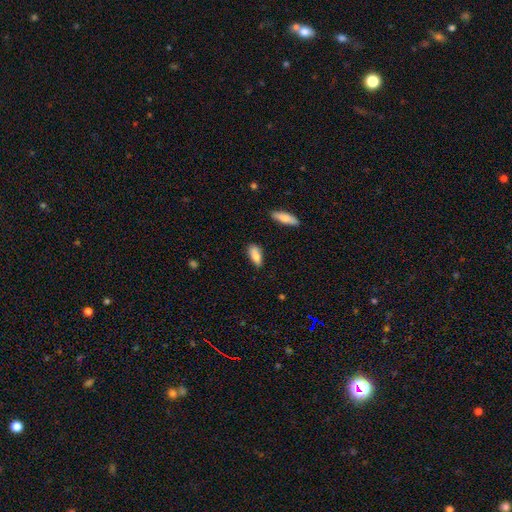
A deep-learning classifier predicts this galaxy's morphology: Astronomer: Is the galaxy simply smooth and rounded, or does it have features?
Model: smooth — 80%.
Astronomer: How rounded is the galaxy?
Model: in between — 79%.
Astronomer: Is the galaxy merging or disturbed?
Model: none — 74%.